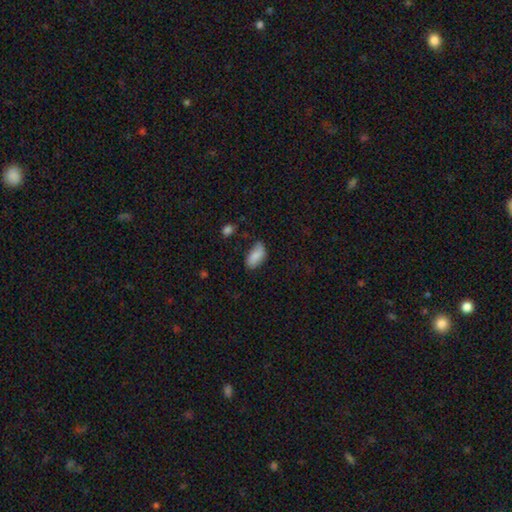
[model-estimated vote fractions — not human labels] smooth-or-featured: smooth: 83% | featured or disk: 10% | star or artifact: 7%
  how-rounded: in between: 92% | cigar-shaped: 5% | round: 3%
  merging: none: 59% | minor disturbance: 30% | major disturbance: 7% | merger: 3%